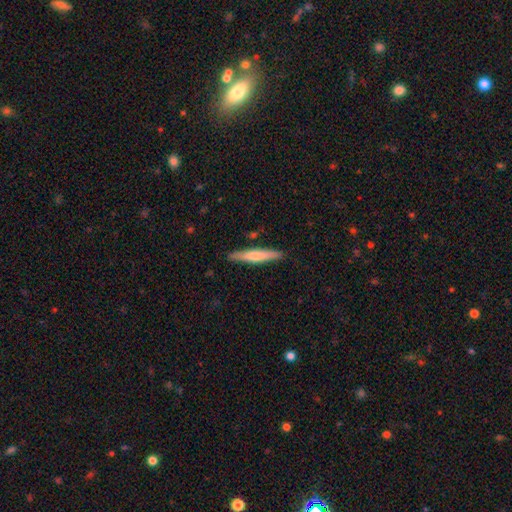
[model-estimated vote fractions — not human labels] Q: Smooth or featured?
A: smooth (60%); runner-up: featured or disk (35%)
Q: How rounded?
A: cigar-shaped (92%); runner-up: in between (7%)
Q: Merging?
A: none (87%); runner-up: minor disturbance (9%)